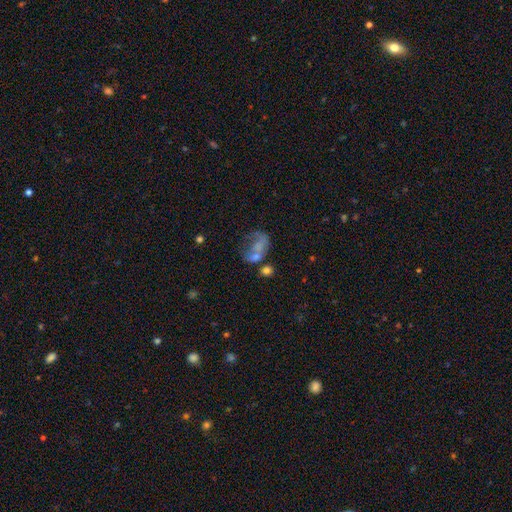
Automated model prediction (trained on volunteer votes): Overall: smooth (43%; featured or disk 39%). Merging: major disturbance (37%; merger 25%).